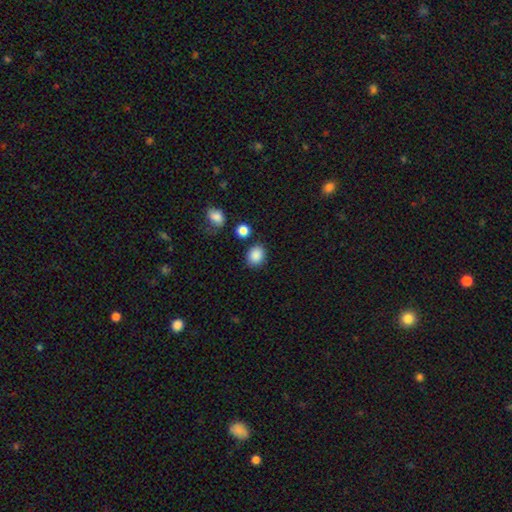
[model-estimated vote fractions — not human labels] Smooth or featured? Predicted: smooth (p=0.88). How rounded? Predicted: round (p=0.52). Merging? Predicted: none (p=0.80).